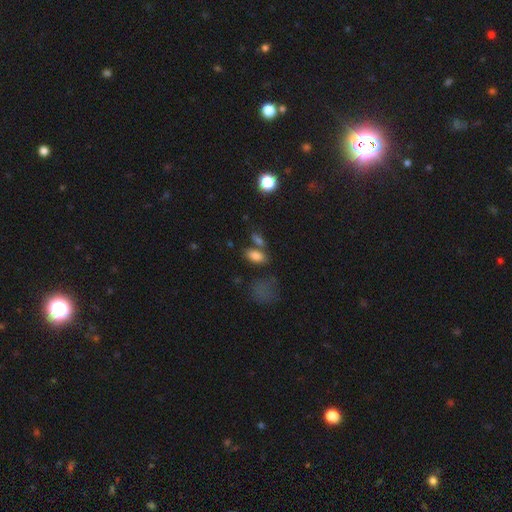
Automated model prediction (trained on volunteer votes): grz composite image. It shows a smooth galaxy with no disk features (81%) that is in between round and cigar-shaped (88%). Merging: none (58%).